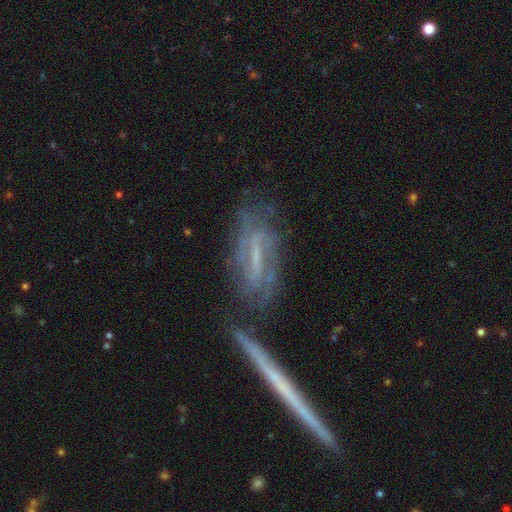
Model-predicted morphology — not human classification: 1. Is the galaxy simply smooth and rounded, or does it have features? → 76% featured or disk, 16% smooth, 8% star or artifact.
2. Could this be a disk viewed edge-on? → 77% no, 23% yes.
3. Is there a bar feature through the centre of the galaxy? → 47% strong, 38% weak, 15% no.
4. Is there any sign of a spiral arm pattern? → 78% yes, 22% no.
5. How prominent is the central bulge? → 40% none, 39% small, 18% moderate, 2% large, 1% dominant.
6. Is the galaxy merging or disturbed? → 60% none, 19% minor disturbance, 11% merger, 10% major disturbance.